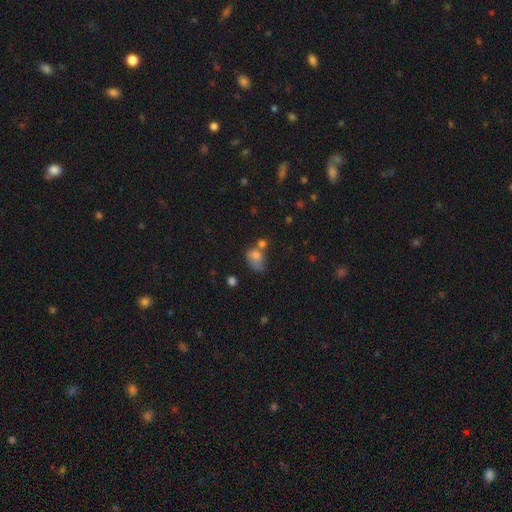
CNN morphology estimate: smooth-or-featured: smooth: 75% | featured or disk: 13% | star or artifact: 12%
  how-rounded: in between: 74% | round: 24% | cigar-shaped: 1%
  merging: none: 33% | merger: 28% | minor disturbance: 24% | major disturbance: 15%